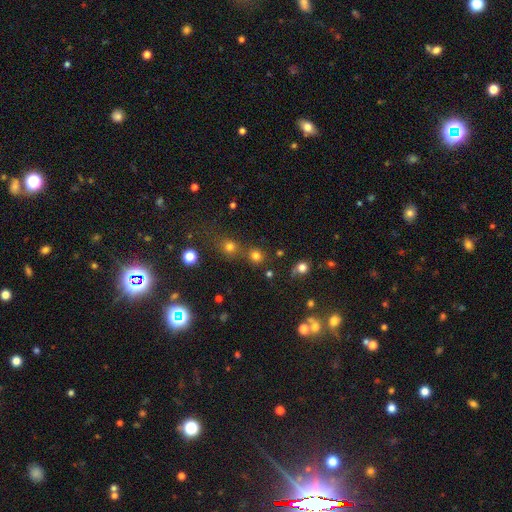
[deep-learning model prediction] Q: Smooth or featured?
A: smooth (75%); runner-up: star or artifact (20%)
Q: How rounded?
A: round (90%); runner-up: in between (9%)
Q: Merging?
A: none (70%); runner-up: merger (20%)